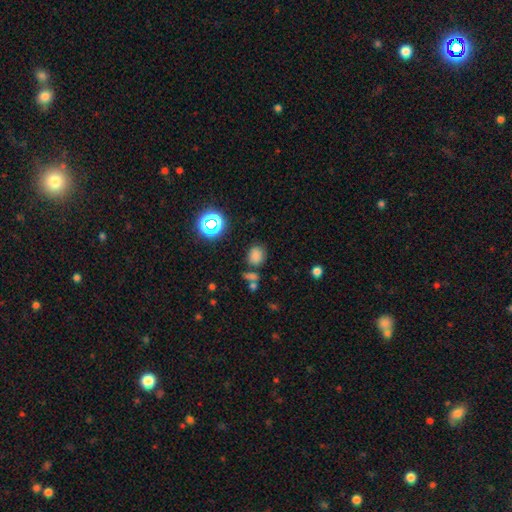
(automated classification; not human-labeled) Overall: smooth (75%). How rounded: round (57%; in between 41%). Merging: none (69%).